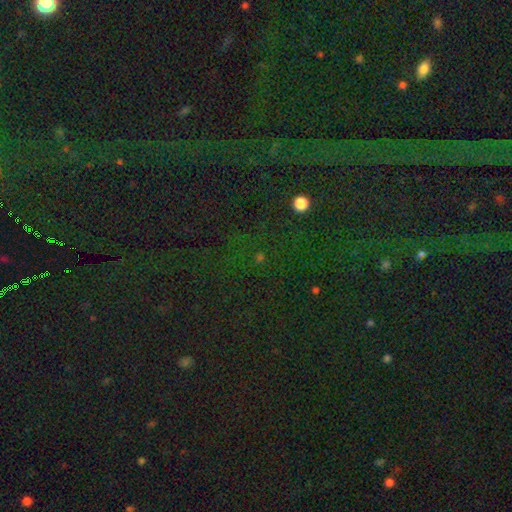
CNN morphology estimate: A star or artifact, not a galaxy (84%).

Vote fractions:
- Smooth or featured? star or artifact: 84% / smooth: 9% / featured or disk: 7%